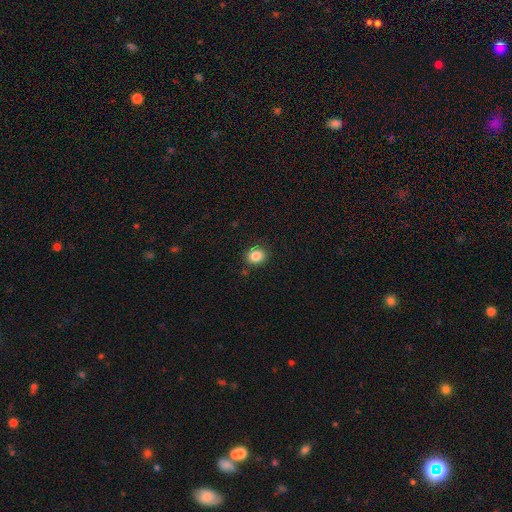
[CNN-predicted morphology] Smooth or featured? Predicted: smooth (p=0.86). How rounded? Predicted: round (p=0.69). Merging? Predicted: none (p=0.86).